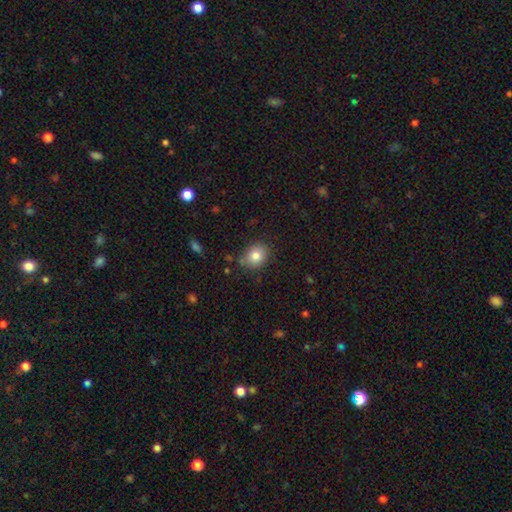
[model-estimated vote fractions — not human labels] smooth_or_featured: smooth (p=0.82) [alt: star or artifact p=0.10]
how_rounded: round (p=0.63) [alt: in between p=0.37]
merging: none (p=0.81) [alt: minor disturbance p=0.13]